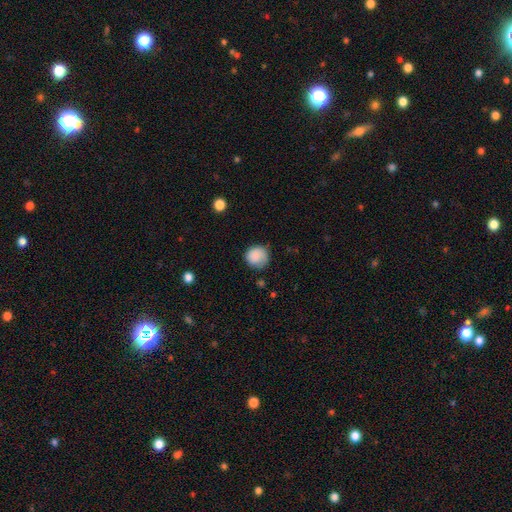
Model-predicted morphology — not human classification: Smooth or featured? smooth (85%)
How rounded? round (88%)
Merging? none (70%)